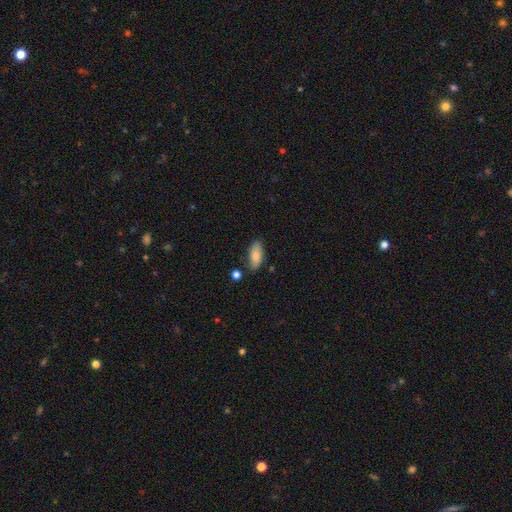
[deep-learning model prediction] Smooth or featured? Predicted: smooth (p=0.81). How rounded? Predicted: in between (p=0.87). Merging? Predicted: none (p=0.76).